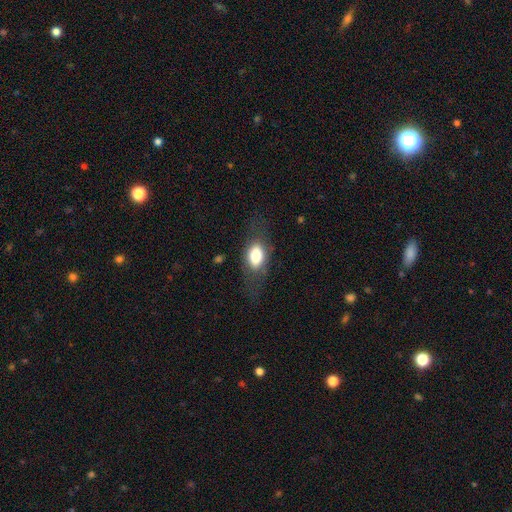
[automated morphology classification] Q: Smooth or featured?
A: smooth (72%); runner-up: featured or disk (20%)
Q: How rounded?
A: in between (84%); runner-up: round (13%)
Q: Merging?
A: none (69%); runner-up: minor disturbance (18%)